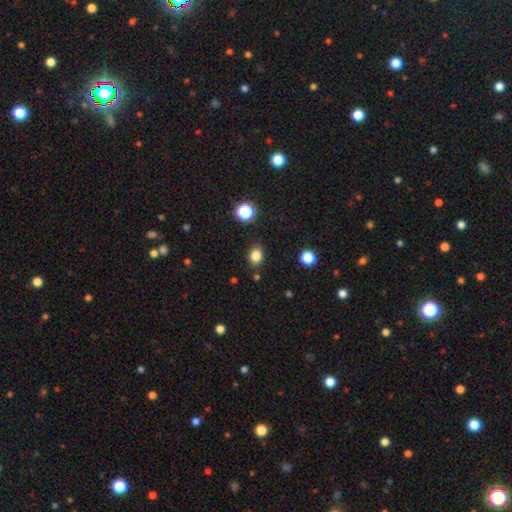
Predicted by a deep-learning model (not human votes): smooth-or-featured: smooth: 82% | star or artifact: 13% | featured or disk: 5%
  how-rounded: round: 56% | in between: 43% | cigar-shaped: 1%
  merging: none: 84% | minor disturbance: 11% | major disturbance: 3% | merger: 3%